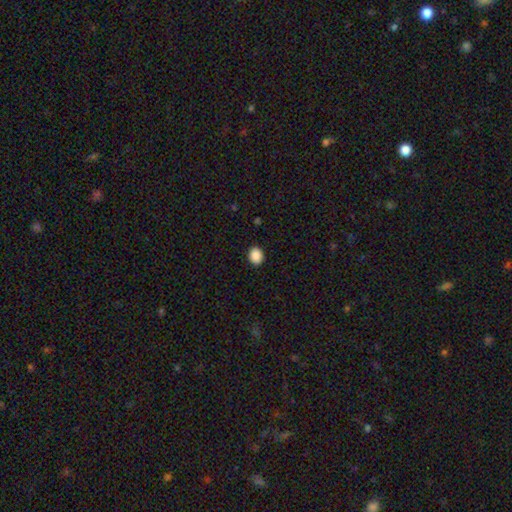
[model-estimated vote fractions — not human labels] Overall: smooth (89%). How rounded: round (56%; in between 43%). Merging: none (91%).